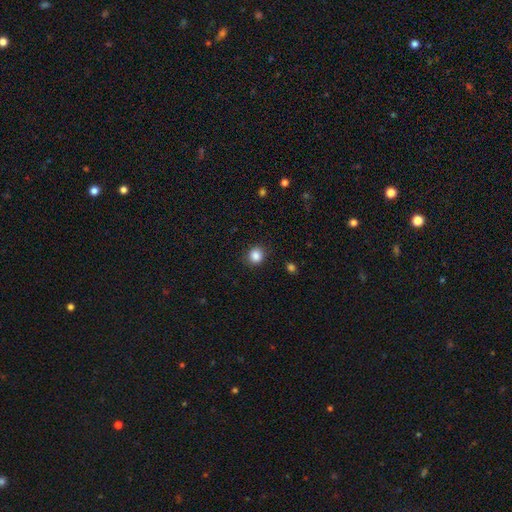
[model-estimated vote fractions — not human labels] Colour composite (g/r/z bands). It shows a smooth galaxy with no disk features (86%) that is round (81%). Merging: none (87%).